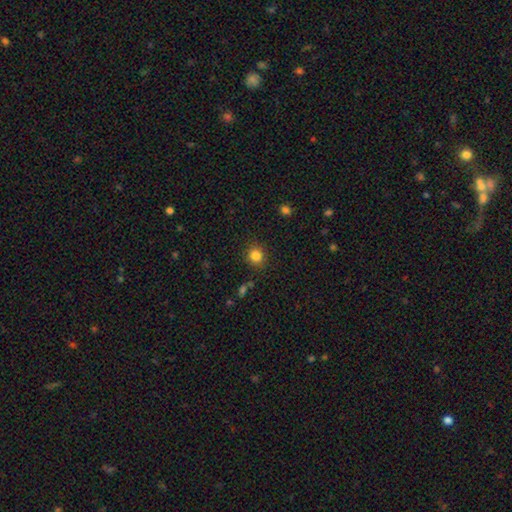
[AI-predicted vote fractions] This appears to be a smooth galaxy with no disk features (83%) that is round (87%). Merging: none (88%).